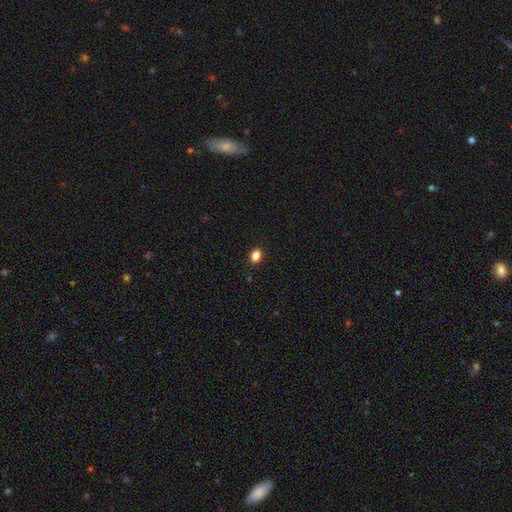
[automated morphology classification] smooth_or_featured: smooth (p=0.85) [alt: star or artifact p=0.11]
how_rounded: in between (p=0.68) [alt: round p=0.31]
merging: none (p=0.90) [alt: minor disturbance p=0.08]